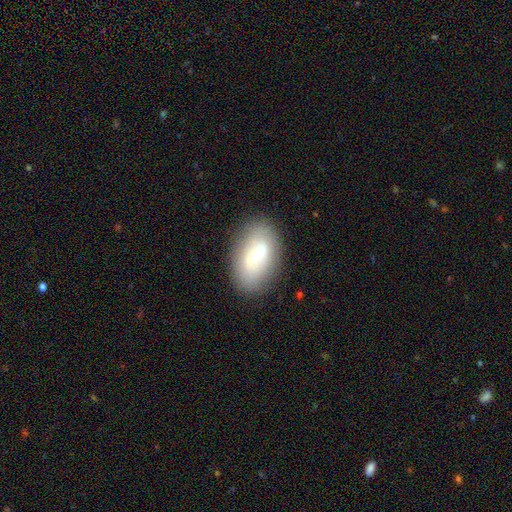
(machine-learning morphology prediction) The model was most divided on "smooth or featured": smooth: 49%, featured or disk: 43%, star or artifact: 8%. More confident: merging — none (82%).